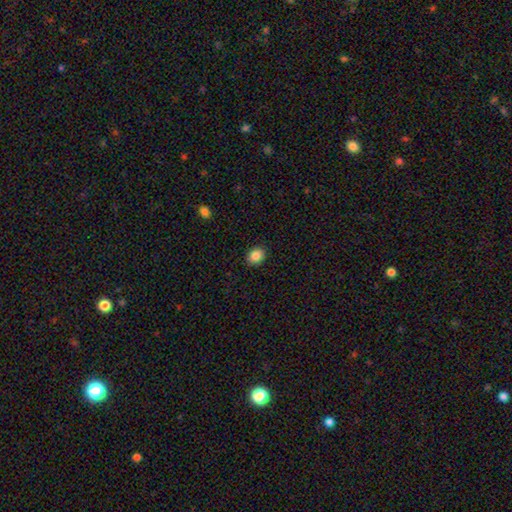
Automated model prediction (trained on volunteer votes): The model was most divided on "how rounded": round: 60%, in between: 39%, cigar-shaped: 1%. More confident: merging — none (90%); smooth or featured — smooth (86%).